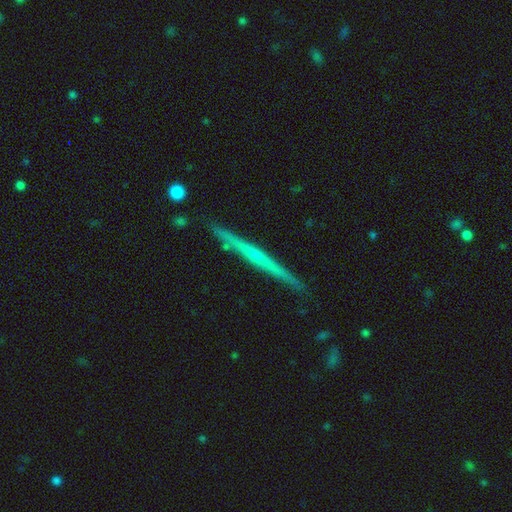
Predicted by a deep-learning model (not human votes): Smooth or featured?
  - featured or disk: 71% *
  - smooth: 23%
  - star or artifact: 6%
Edge-on disk?
  - yes: 98% *
  - no: 2%
Edge-on bulge?
  - none: 61% *
  - rounded: 34%
  - boxy: 6%
Merging?
  - none: 89% *
  - minor disturbance: 8%
  - merger: 2%
  - major disturbance: 1%